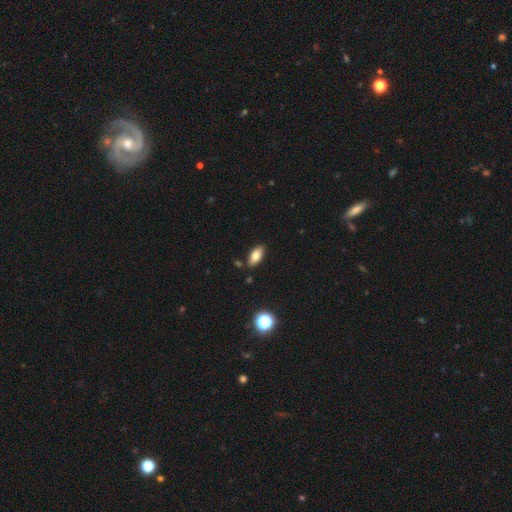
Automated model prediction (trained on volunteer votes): Smooth or featured: smooth — 79% (featured or disk — 13%)
How rounded: in between — 87% (cigar-shaped — 10%)
Merging: none — 85% (minor disturbance — 10%)